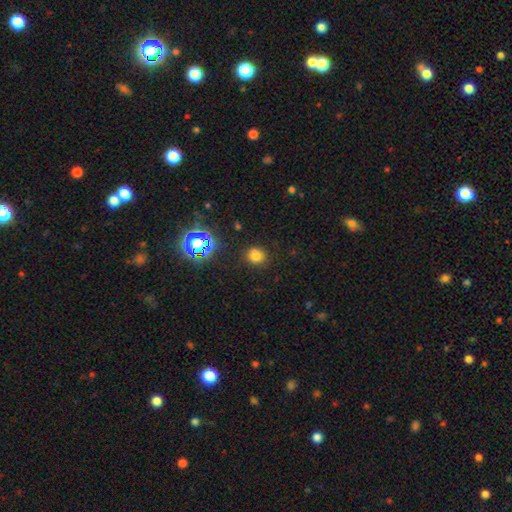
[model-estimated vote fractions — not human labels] A smooth galaxy with no disk features (71%) that is round (79%).

Vote fractions:
- Smooth or featured? smooth: 71% / star or artifact: 22% / featured or disk: 7%
- How rounded? round: 79% / in between: 20% / cigar-shaped: 1%
- Merging? none: 79% / minor disturbance: 12% / merger: 6% / major disturbance: 4%